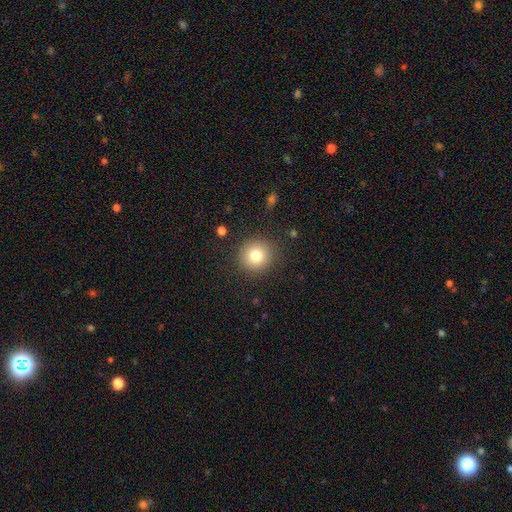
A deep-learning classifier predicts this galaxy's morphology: Smooth or featured?
  - smooth: 80% *
  - star or artifact: 11%
  - featured or disk: 9%
How rounded?
  - round: 92% *
  - in between: 7%
  - cigar-shaped: 1%
Merging?
  - none: 89% *
  - minor disturbance: 7%
  - major disturbance: 3%
  - merger: 1%